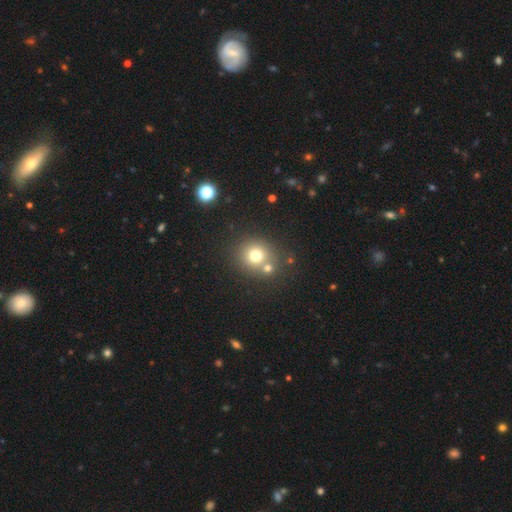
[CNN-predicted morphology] This is likely a smooth galaxy (74%). How rounded: clearly round (86%). Merging: likely none (65%).